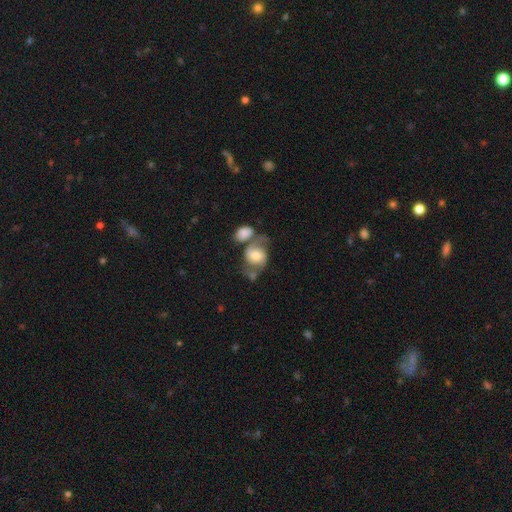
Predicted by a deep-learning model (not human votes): featured or disk 51%, smooth 42%, star or artifact 7%. Down the decision tree: edge-on disk — no (97%); merging — merger (36%).